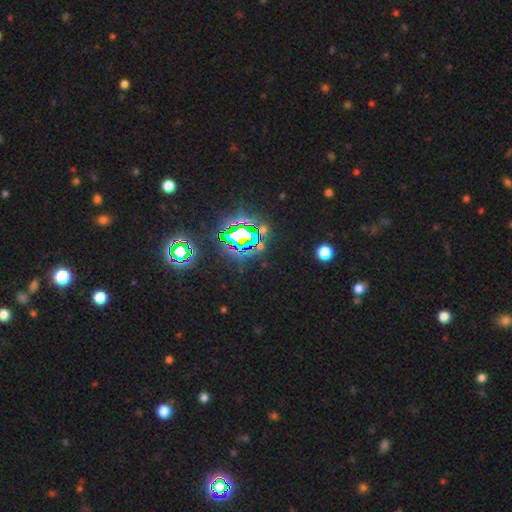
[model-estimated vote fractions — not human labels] Morphology: type=star or artifact (83%).